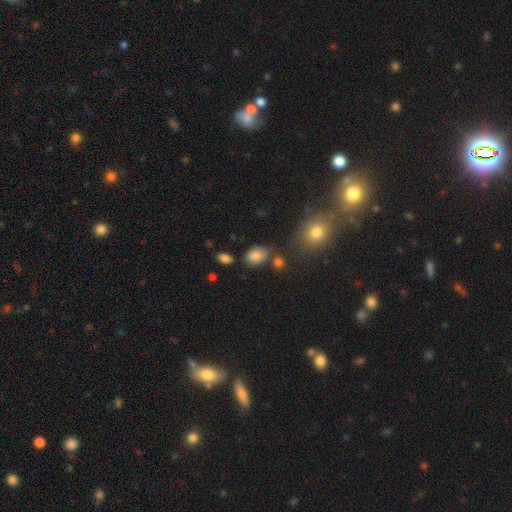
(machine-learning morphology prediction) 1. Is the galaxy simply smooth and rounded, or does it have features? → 84% smooth, 10% star or artifact, 6% featured or disk.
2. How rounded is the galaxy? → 79% in between, 20% round, 1% cigar-shaped.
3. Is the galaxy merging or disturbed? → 71% none, 16% minor disturbance, 8% merger, 4% major disturbance.